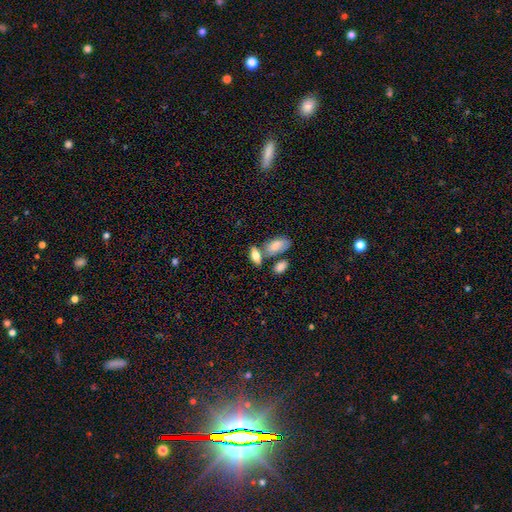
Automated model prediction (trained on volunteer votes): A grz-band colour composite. It shows a smooth galaxy with no disk features (73%) that is in between round and cigar-shaped (80%). Merging: none (56%).